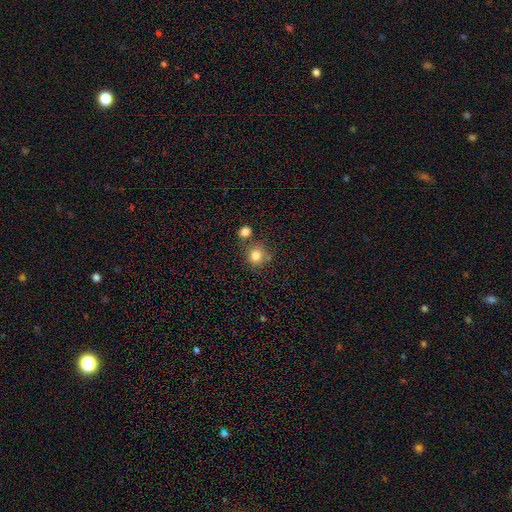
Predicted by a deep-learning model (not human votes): smooth 81%, star or artifact 12%, featured or disk 7%. Down the decision tree: how rounded — round (87%); merging — none (71%).